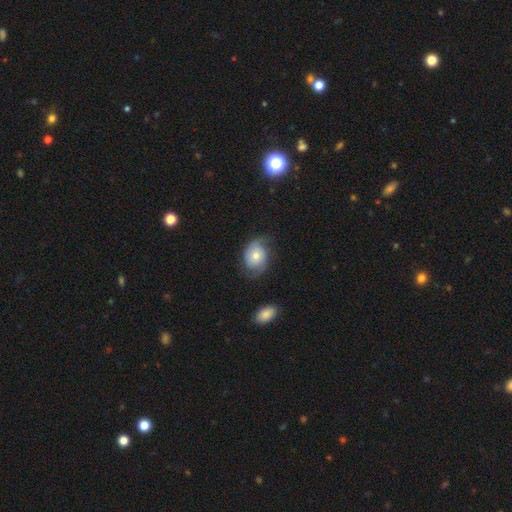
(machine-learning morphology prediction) smooth-or-featured: smooth: 49% | featured or disk: 44% | star or artifact: 7%
  merging: none: 57% | minor disturbance: 27% | major disturbance: 14% | merger: 2%